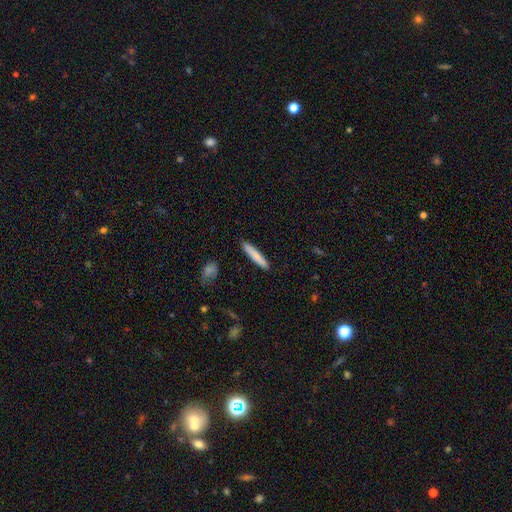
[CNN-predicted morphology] smooth 78%, featured or disk 16%, star or artifact 6%. Down the decision tree: how rounded — cigar-shaped (93%); merging — none (91%).